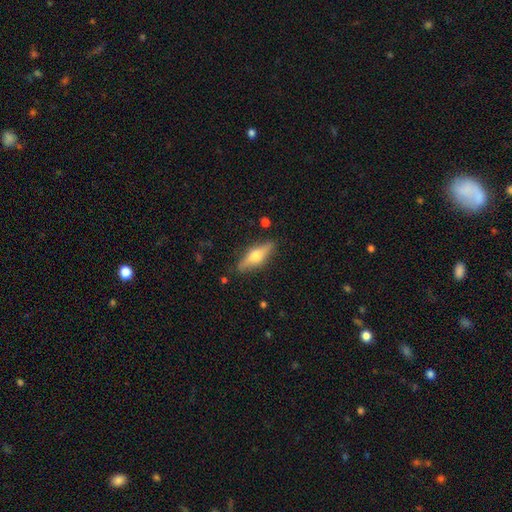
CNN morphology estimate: A featured or disk galaxy (52%) viewed edge-on (91%). Merging: none (85%).